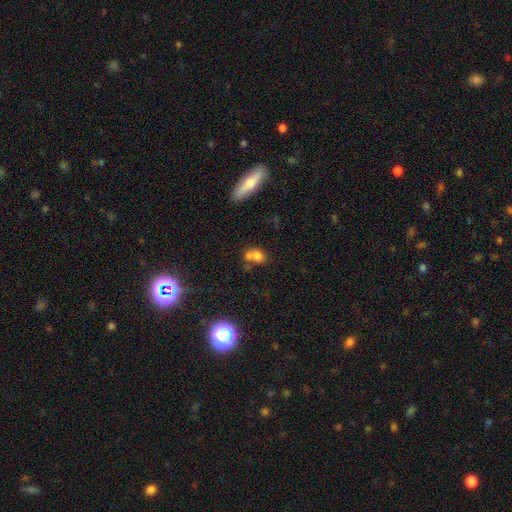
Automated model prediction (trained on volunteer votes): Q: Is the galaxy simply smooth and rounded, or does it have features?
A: smooth — 72%.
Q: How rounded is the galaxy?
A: in between — 54%.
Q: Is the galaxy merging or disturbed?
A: merger — 51%.